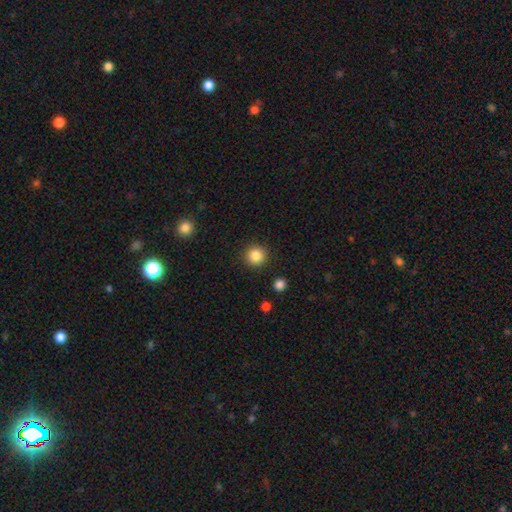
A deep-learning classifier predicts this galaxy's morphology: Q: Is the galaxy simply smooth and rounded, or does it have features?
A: smooth — 85%.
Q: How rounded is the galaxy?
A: round — 94%.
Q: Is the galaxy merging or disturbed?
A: none — 91%.